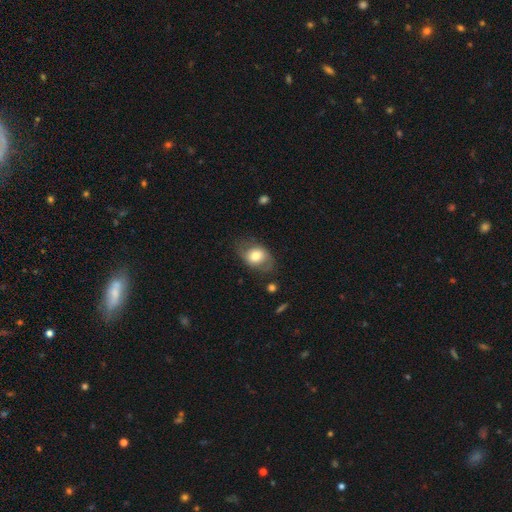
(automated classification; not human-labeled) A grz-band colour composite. It shows a smooth galaxy with no disk features (61%) that is in between round and cigar-shaped (65%). Merging: none (64%).